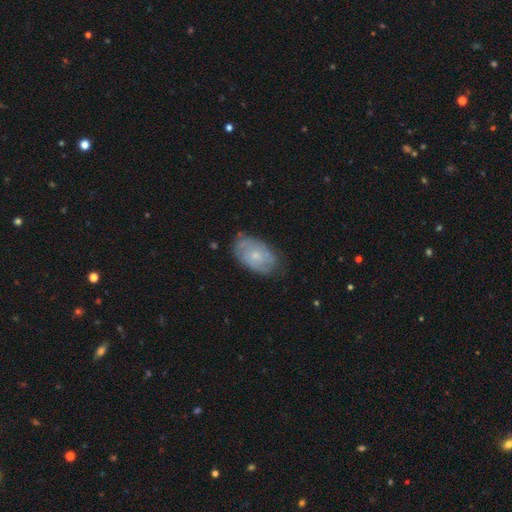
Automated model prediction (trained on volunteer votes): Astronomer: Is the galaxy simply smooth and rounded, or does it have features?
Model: featured or disk — 62%.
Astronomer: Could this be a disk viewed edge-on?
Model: no — 96%.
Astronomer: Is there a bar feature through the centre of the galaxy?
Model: no — 80%.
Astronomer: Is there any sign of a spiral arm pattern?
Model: yes — 78%.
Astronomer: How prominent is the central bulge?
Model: small — 67%.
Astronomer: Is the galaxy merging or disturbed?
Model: none — 70%.